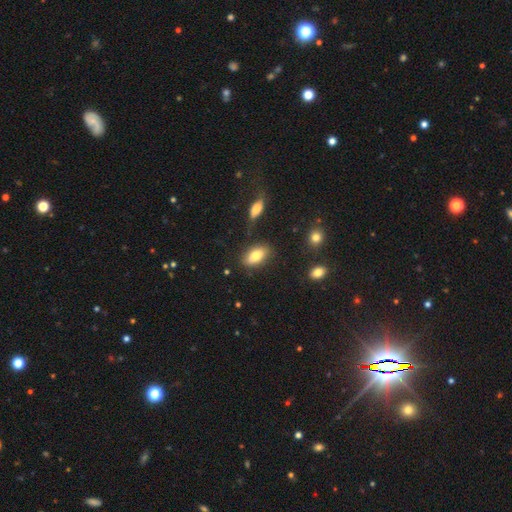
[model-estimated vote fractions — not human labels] The model was most divided on "smooth or featured": smooth: 79%, featured or disk: 14%, star or artifact: 8%. More confident: how rounded — in between (88%); merging — none (79%).